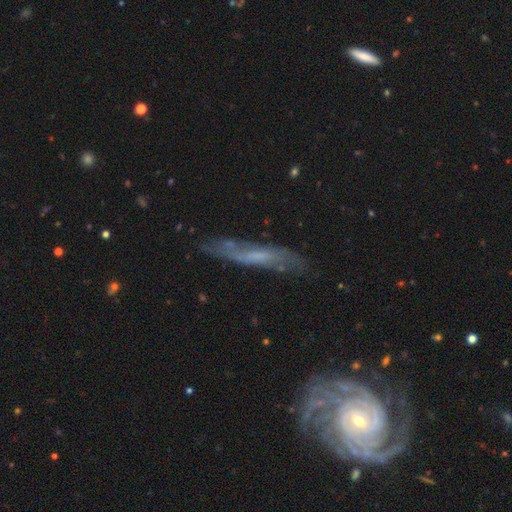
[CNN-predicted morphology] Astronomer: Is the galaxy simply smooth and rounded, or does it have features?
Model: featured or disk — 60%.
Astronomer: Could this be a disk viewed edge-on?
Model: yes — 56% (runner-up: no, 44%).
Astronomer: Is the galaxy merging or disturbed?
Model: none — 68%.